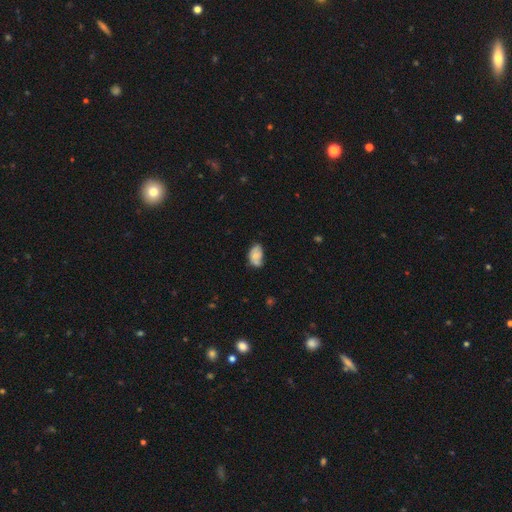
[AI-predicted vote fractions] This appears to be a smooth galaxy with no disk features (61%) that is in between round and cigar-shaped (90%). Merging: none (48%).